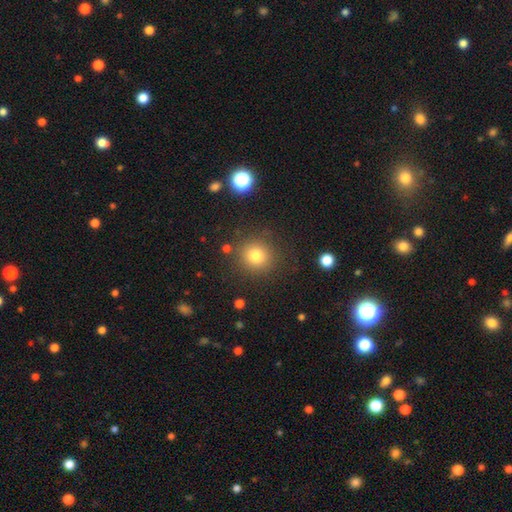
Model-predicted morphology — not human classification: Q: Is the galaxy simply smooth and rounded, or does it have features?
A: smooth — 78%.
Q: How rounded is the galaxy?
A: round — 90%.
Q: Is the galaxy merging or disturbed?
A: none — 86%.